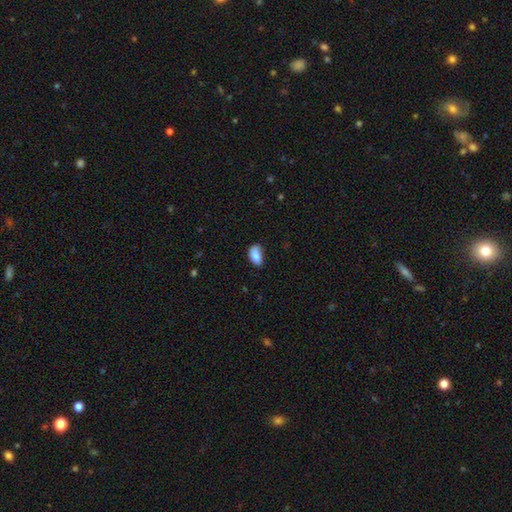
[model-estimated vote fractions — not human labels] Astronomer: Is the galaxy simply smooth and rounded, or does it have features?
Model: smooth — 83%.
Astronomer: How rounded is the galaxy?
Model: in between — 92%.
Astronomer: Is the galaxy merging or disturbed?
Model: none — 61%.